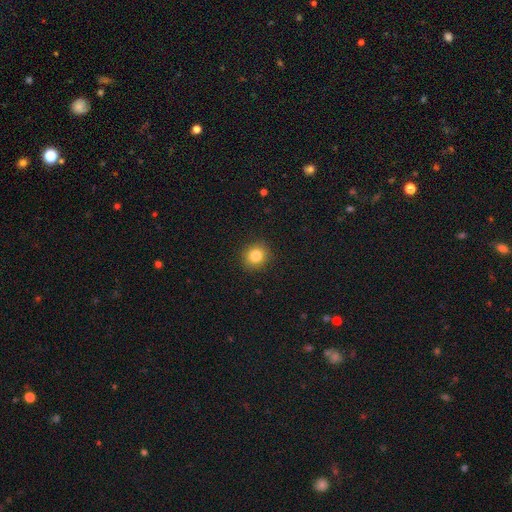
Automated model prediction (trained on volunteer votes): Smooth or featured: smooth — 83% (star or artifact — 11%)
How rounded: round — 87% (in between — 12%)
Merging: none — 91% (minor disturbance — 6%)